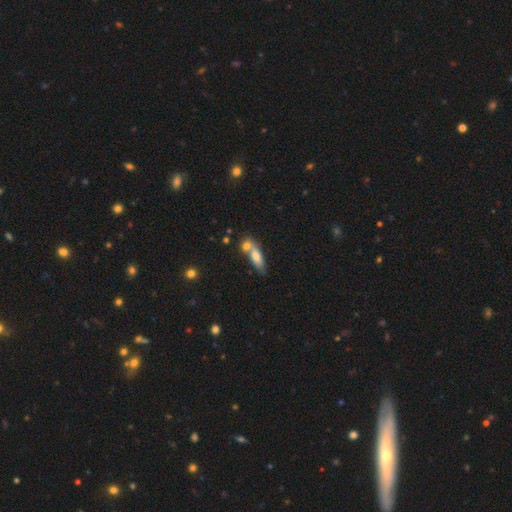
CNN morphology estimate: type=smooth (70%); roundness=in between (56%); merging=merger (45%).